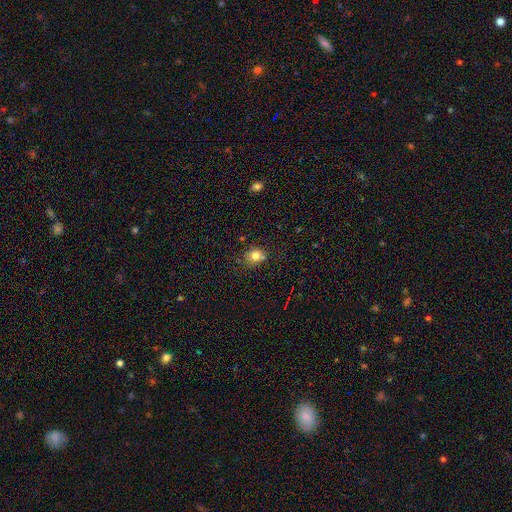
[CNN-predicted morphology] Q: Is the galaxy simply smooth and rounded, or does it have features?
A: smooth — 78%.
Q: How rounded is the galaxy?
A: round — 72%.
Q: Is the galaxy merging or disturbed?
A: none — 68%.